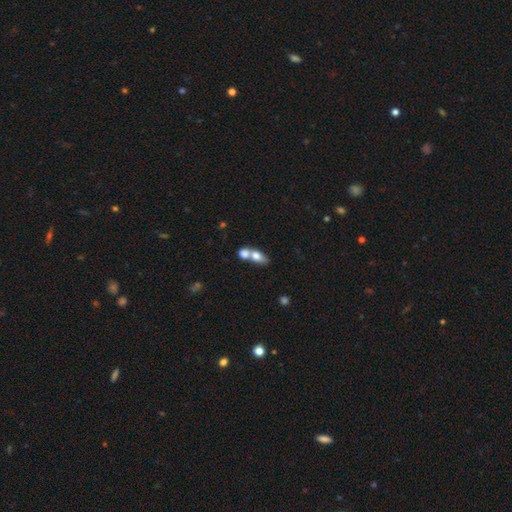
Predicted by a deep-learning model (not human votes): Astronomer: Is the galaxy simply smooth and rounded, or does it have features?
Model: smooth — 74%.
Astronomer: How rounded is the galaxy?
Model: in between — 71%.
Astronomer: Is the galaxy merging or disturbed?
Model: merger — 64%.